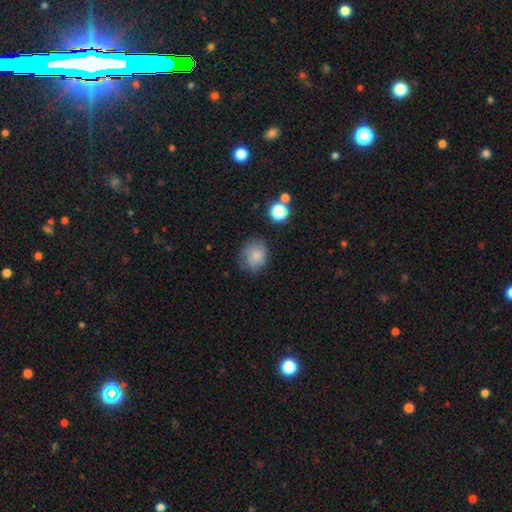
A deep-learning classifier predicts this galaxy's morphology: Smooth or featured?
  - smooth: 74% *
  - featured or disk: 15%
  - star or artifact: 11%
How rounded?
  - round: 68% *
  - in between: 31%
  - cigar-shaped: 1%
Merging?
  - none: 64% *
  - minor disturbance: 24%
  - major disturbance: 10%
  - merger: 3%